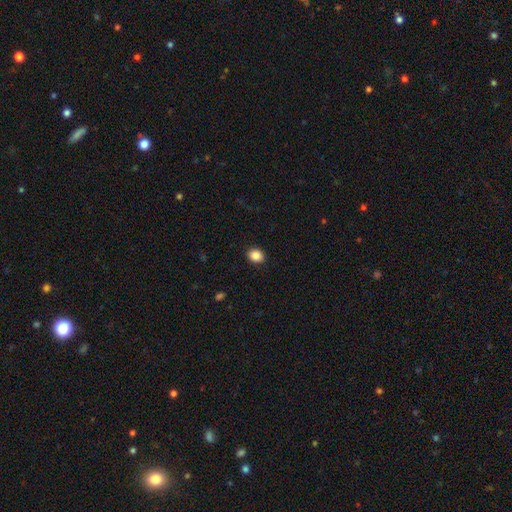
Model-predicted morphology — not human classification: type=smooth (88%); roundness=round (50%); merging=none (91%).